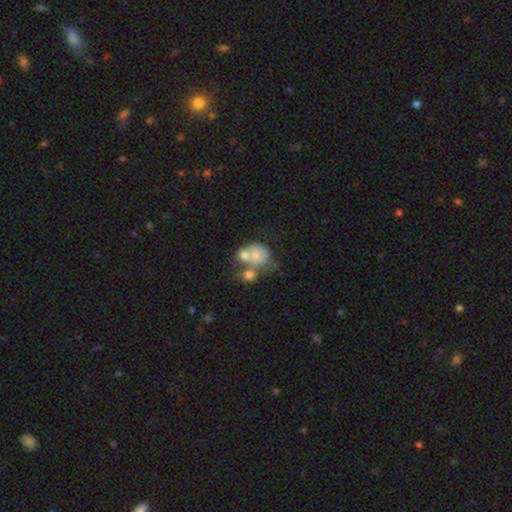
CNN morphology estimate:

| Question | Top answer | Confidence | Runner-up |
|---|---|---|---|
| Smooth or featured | smooth | 60% | featured or disk (30%) |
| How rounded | round | 56% | in between (43%) |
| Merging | merger | 56% | none (22%) |